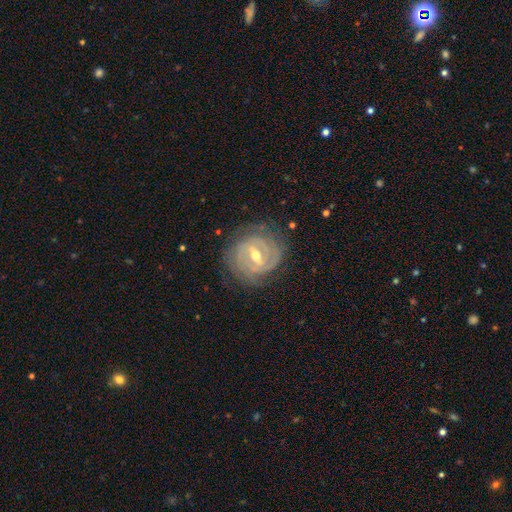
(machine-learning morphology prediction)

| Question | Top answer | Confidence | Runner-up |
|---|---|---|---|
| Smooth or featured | featured or disk | 88% | smooth (7%) |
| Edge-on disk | no | 95% | yes (5%) |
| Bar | strong | 51% | weak (39%) |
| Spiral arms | yes | 92% | no (8%) |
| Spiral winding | tight | 78% | medium (18%) |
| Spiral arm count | can't tell | 33% | 2 (29%) |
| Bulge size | moderate | 67% | small (29%) |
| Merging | none | 78% | minor disturbance (15%) |